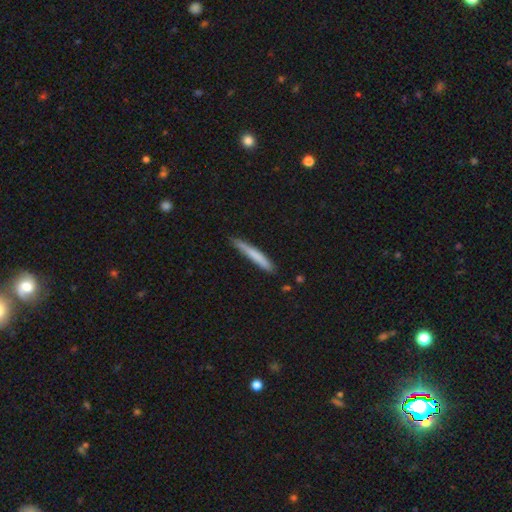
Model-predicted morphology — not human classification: The model was most divided on "smooth or featured": smooth: 72%, featured or disk: 23%, star or artifact: 6%. More confident: how rounded — cigar-shaped (96%); merging — none (81%).